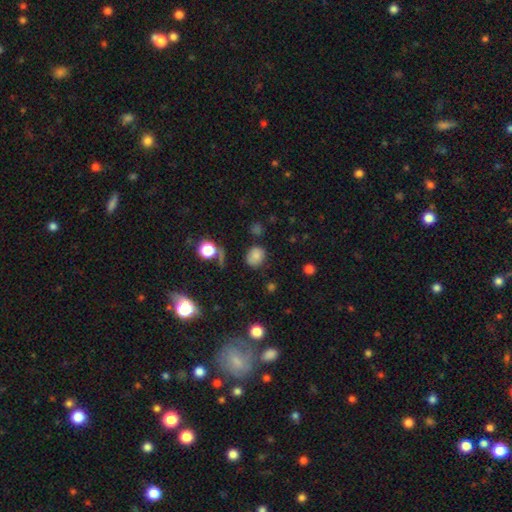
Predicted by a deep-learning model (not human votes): Q: Smooth or featured?
A: smooth (78%); runner-up: star or artifact (14%)
Q: How rounded?
A: round (63%); runner-up: in between (36%)
Q: Merging?
A: none (75%); runner-up: minor disturbance (16%)